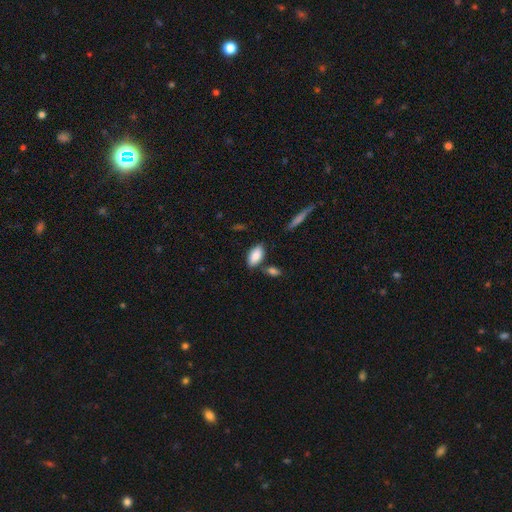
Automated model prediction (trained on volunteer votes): Overall: smooth (86%). How rounded: in between (91%). Merging: none (74%).